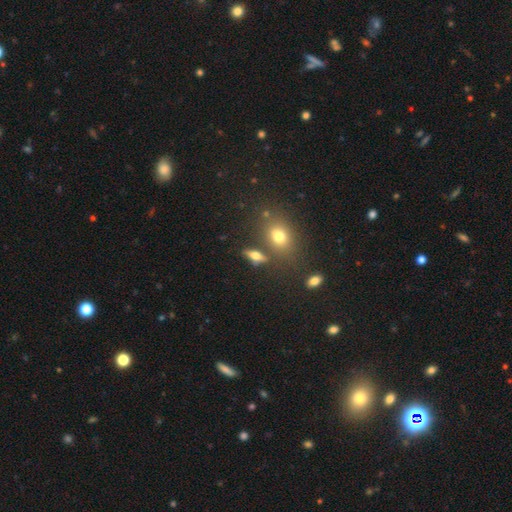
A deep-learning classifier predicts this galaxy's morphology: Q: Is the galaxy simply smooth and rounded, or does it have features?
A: smooth — 51%.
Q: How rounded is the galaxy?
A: in between — 56%.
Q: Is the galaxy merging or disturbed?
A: none — 72%.